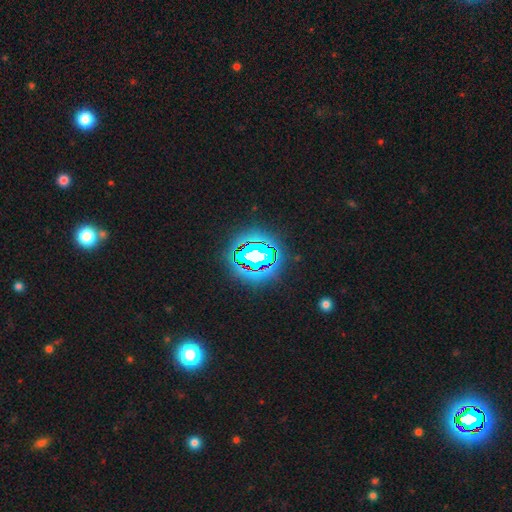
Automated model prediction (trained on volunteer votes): star or artifact 82%, smooth 11%, featured or disk 7%.